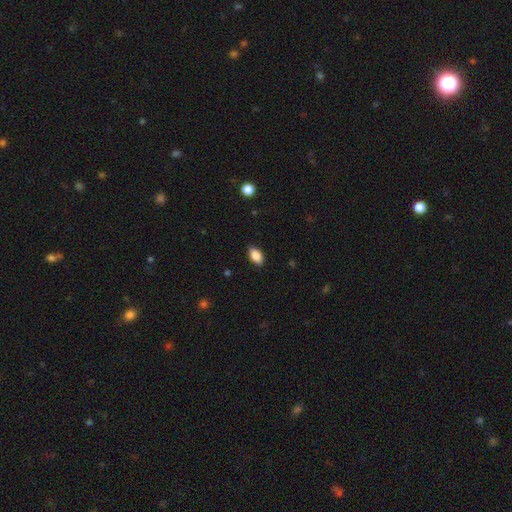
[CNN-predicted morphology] smooth-or-featured: smooth: 88% | star or artifact: 8% | featured or disk: 4%
  how-rounded: in between: 92% | round: 6% | cigar-shaped: 2%
  merging: none: 86% | minor disturbance: 11% | major disturbance: 2% | merger: 1%